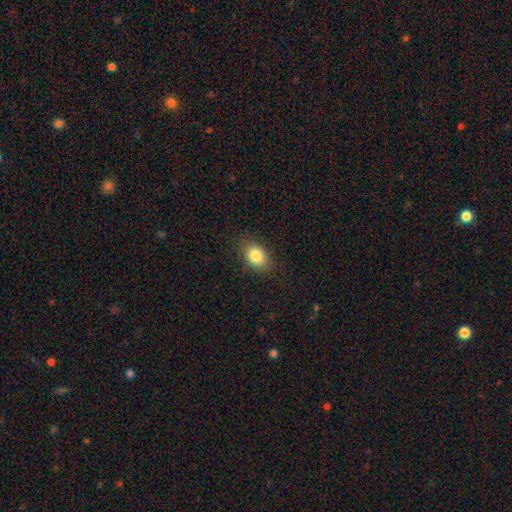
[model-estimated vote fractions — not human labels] A smooth galaxy with no disk features (83%) that is in between round and cigar-shaped (78%). Merging: none (83%).